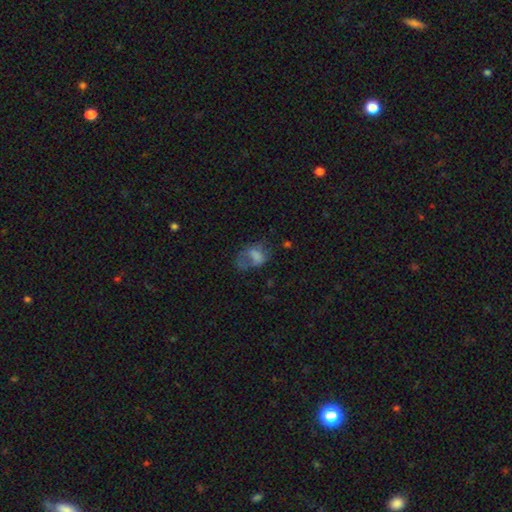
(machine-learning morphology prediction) Smooth or featured? smooth (59%)
How rounded? in between (75%)
Merging? major disturbance (44%)